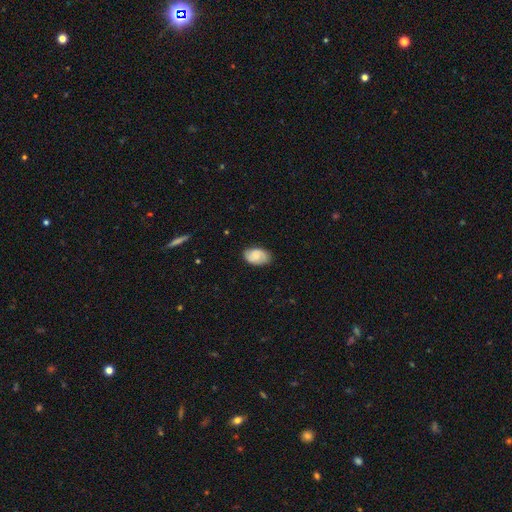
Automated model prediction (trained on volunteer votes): Morphology: type=smooth (56%); roundness=in between (91%); merging=none (81%).